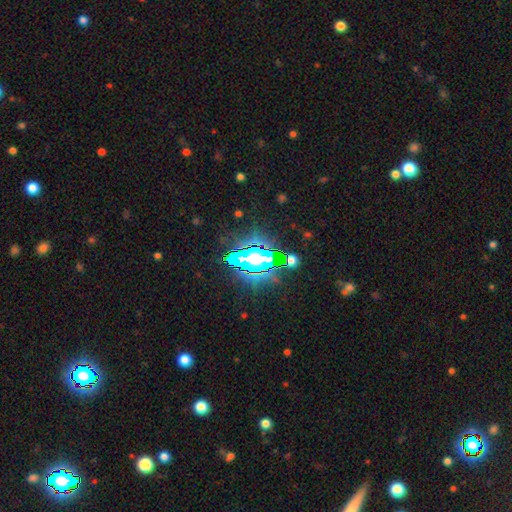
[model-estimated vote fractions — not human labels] This is likely a star or artifact rather than a galaxy (71%).